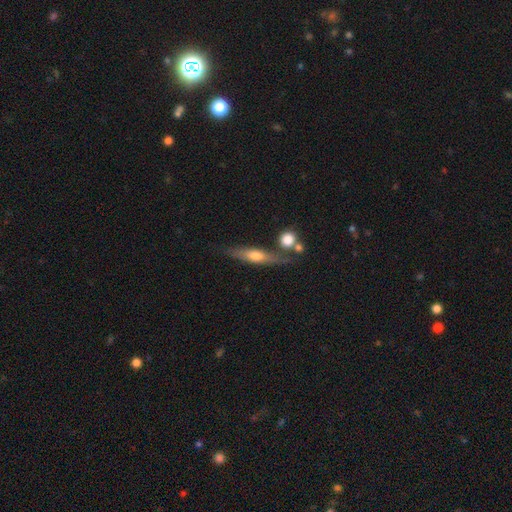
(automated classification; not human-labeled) This is possibly a featured or disk galaxy (50%). Merging: likely none (66%).